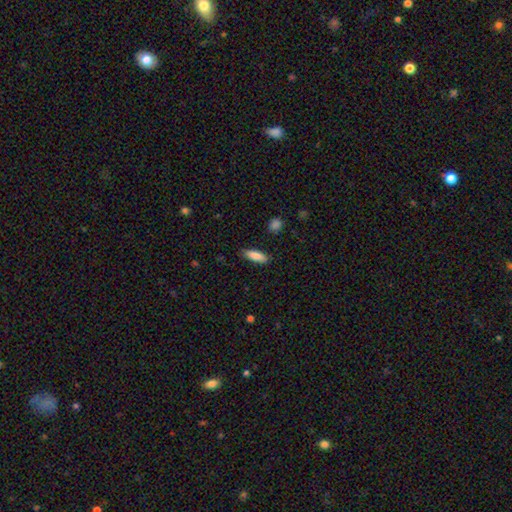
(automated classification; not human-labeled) Smooth or featured? smooth (86%)
How rounded? in between (53%)
Merging? none (86%)